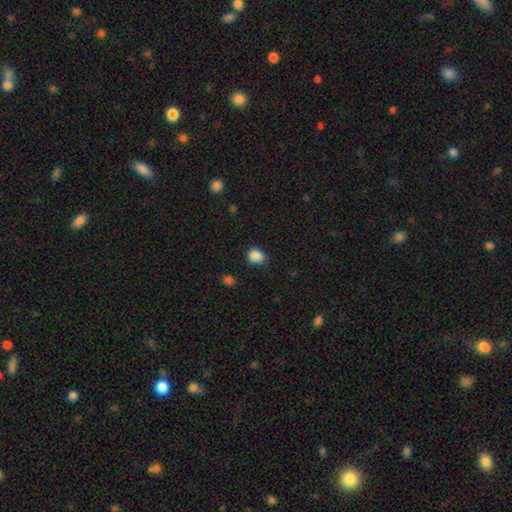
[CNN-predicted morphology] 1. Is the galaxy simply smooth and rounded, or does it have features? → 86% smooth, 10% star or artifact, 3% featured or disk.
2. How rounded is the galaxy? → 52% in between, 47% round, 1% cigar-shaped.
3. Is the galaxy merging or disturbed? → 72% none, 21% minor disturbance, 5% major disturbance, 3% merger.